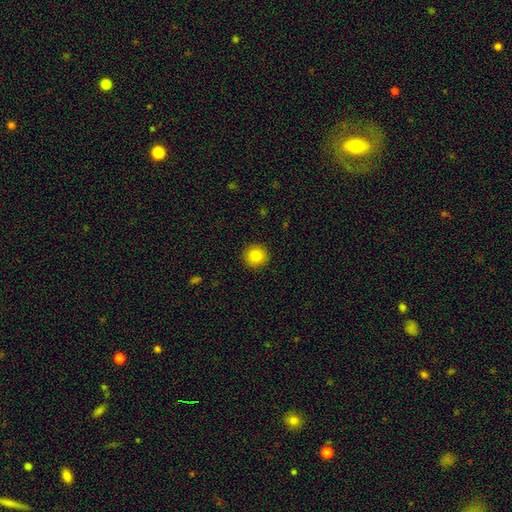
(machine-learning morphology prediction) A smooth galaxy with no disk features (82%) that is round (94%).

Vote fractions:
- Smooth or featured? smooth: 82% / star or artifact: 10% / featured or disk: 8%
- How rounded? round: 94% / in between: 5% / cigar-shaped: 1%
- Merging? none: 93% / minor disturbance: 5% / major disturbance: 2% / merger: 1%